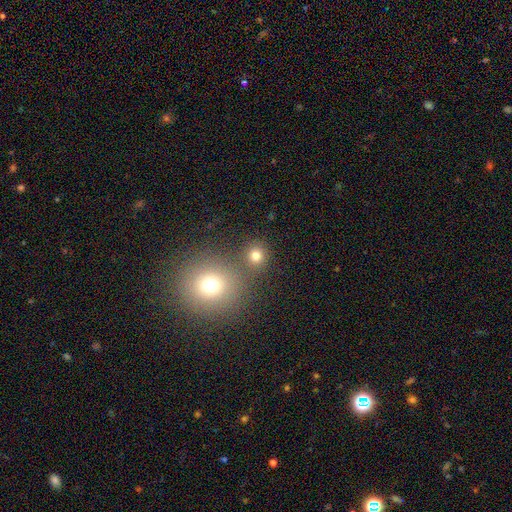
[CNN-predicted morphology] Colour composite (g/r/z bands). It shows a smooth galaxy with no disk features (76%) that is round (89%). Merging: none (73%).